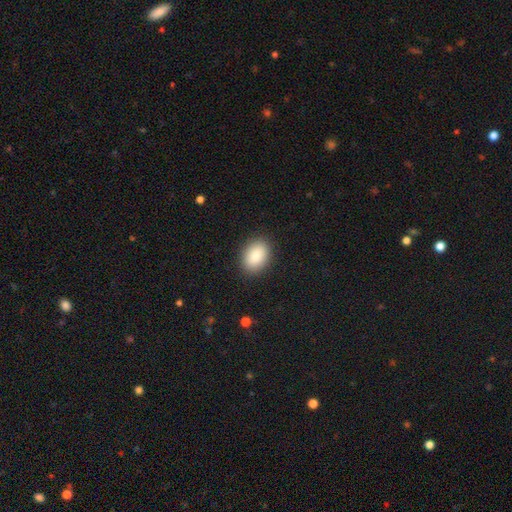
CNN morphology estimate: A smooth galaxy with no disk features (88%) that is in between round and cigar-shaped (81%).

Vote fractions:
- Smooth or featured? smooth: 88% / star or artifact: 7% / featured or disk: 5%
- How rounded? in between: 81% / round: 17% / cigar-shaped: 1%
- Merging? none: 89% / minor disturbance: 8% / major disturbance: 2% / merger: 1%